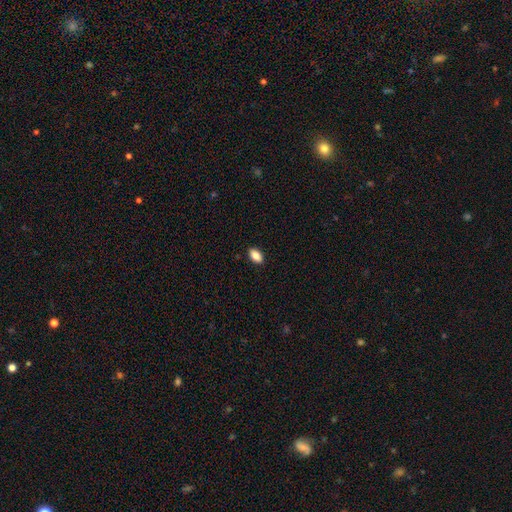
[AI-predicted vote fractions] Smooth or featured? Predicted: smooth (p=0.88). How rounded? Predicted: in between (p=0.91). Merging? Predicted: none (p=0.90).